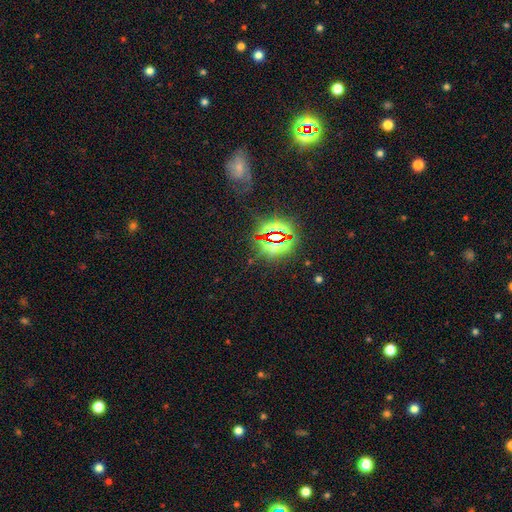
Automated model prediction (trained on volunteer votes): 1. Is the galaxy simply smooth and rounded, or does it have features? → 80% star or artifact, 12% smooth, 8% featured or disk.